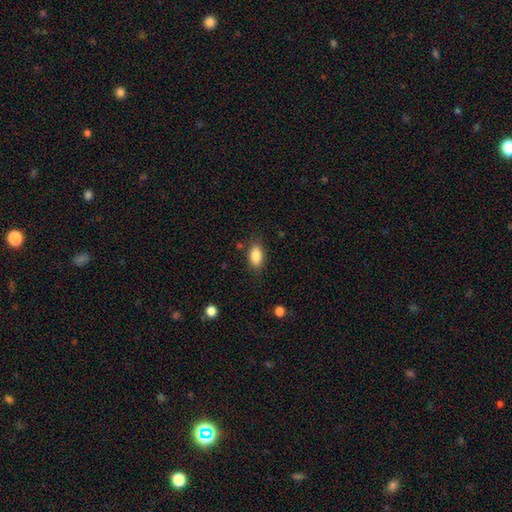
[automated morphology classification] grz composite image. It shows a smooth galaxy with no disk features (86%) that is in between round and cigar-shaped (91%). Merging: none (83%).